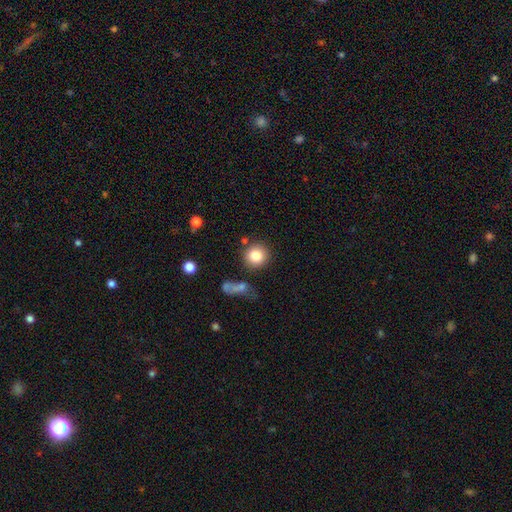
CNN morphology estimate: Smooth or featured? Predicted: smooth (p=0.83). How rounded? Predicted: round (p=0.91). Merging? Predicted: none (p=0.80).